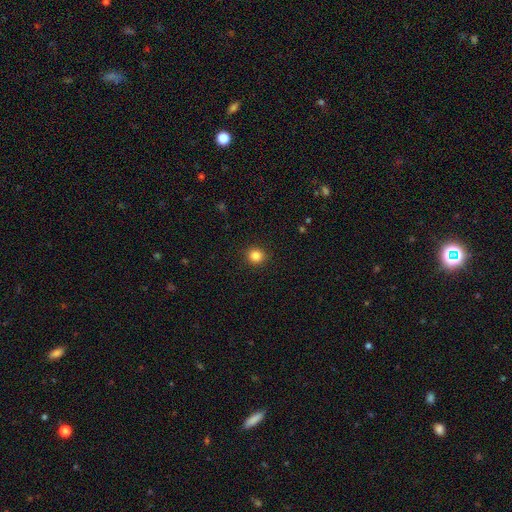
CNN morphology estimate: This is clearly a smooth galaxy (84%). How rounded: clearly round (90%). Merging: clearly none (92%).